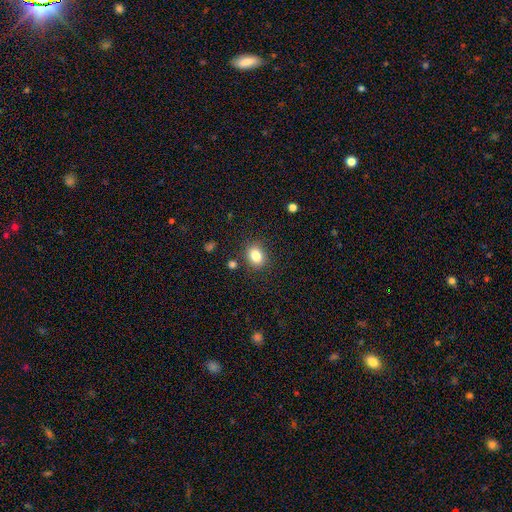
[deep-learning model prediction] Morphology: type=smooth (83%); roundness=in between (50%); merging=none (84%).